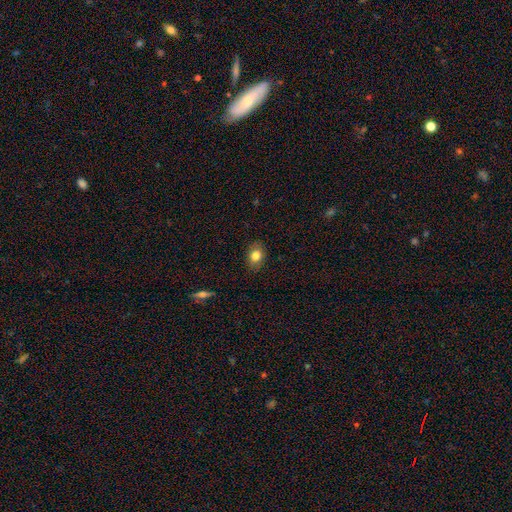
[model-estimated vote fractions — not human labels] A smooth galaxy with no disk features (80%) that is in between round and cigar-shaped (70%). Merging: none (84%).